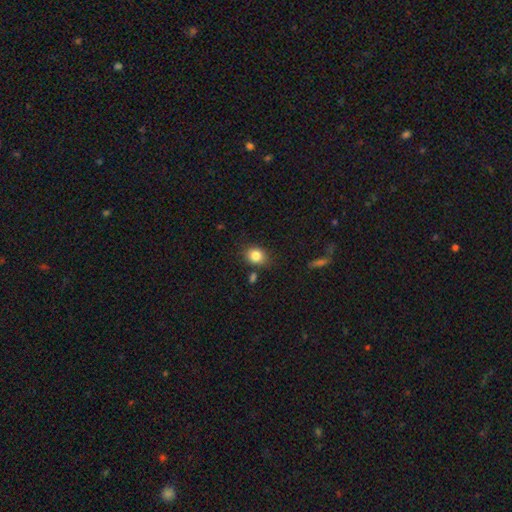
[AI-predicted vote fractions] Smooth or featured? smooth (84%)
How rounded? round (58%)
Merging? none (80%)